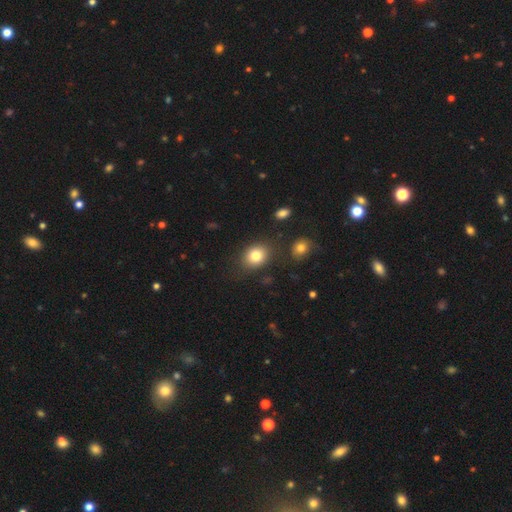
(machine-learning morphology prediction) Overall: smooth (81%). How rounded: in between (51%; round 48%). Merging: none (80%).